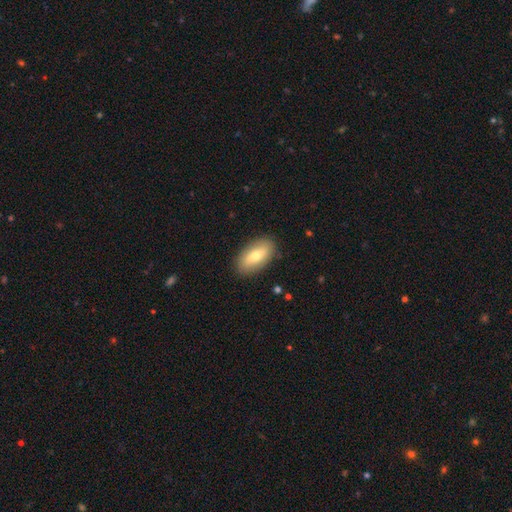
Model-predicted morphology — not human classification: Overall: smooth (67%). How rounded: in between (90%). Merging: none (88%).